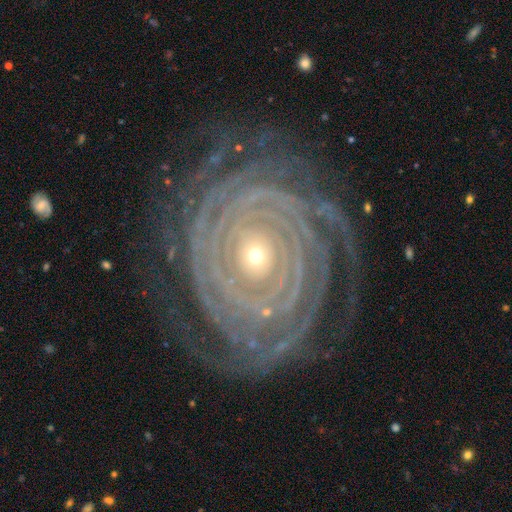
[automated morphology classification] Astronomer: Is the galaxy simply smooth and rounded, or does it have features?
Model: featured or disk — 90%.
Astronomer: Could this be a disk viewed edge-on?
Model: no — 97%.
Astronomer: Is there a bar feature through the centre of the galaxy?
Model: no — 60%.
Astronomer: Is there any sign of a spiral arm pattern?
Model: yes — 98%.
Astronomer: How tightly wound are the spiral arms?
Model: tight — 91%.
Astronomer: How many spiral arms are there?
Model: more than 4 — 26% (runner-up: can't tell, 21%).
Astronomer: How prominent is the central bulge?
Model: small — 62%.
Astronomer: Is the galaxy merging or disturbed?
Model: none — 82%.